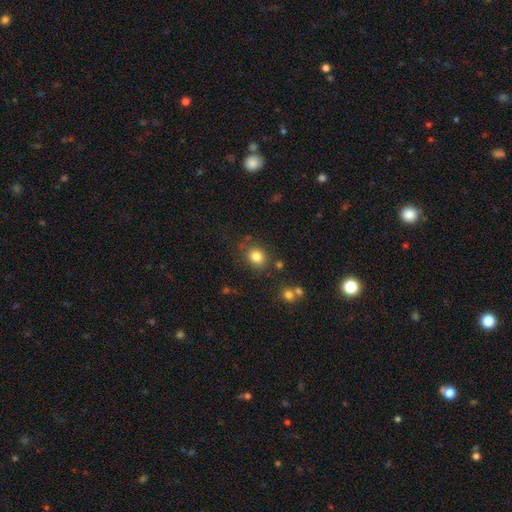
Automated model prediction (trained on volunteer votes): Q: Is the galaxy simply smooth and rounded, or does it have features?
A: smooth — 82%.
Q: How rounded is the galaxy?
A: round — 67%.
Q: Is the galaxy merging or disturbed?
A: none — 78%.